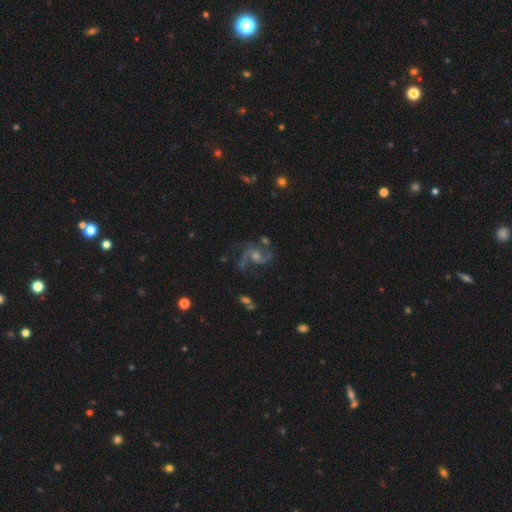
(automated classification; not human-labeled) Overall: featured or disk (83%). Edge-on disk: no (98%). Bar: no (54%; weak 37%). Spiral arms: yes (97%). Spiral arm count: 2 (58%; 3 21%). Spiral winding: medium (51%; loose 38%). Bulge size: moderate (48%; small 41%). Merging: none (65%).